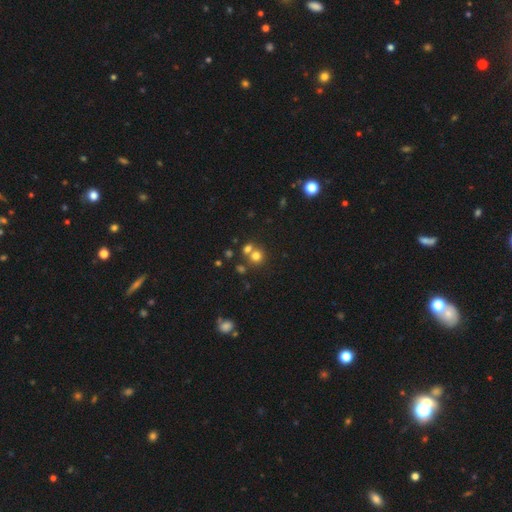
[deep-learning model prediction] Smooth or featured: smooth — 71% (star or artifact — 17%)
How rounded: round — 86% (in between — 13%)
Merging: none — 53% (merger — 37%)